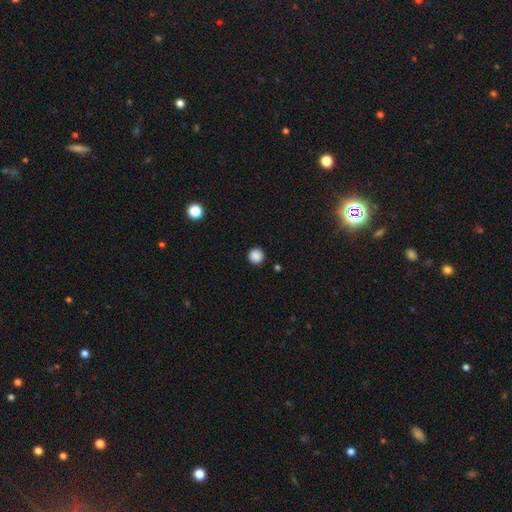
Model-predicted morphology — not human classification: smooth 87%, star or artifact 10%, featured or disk 3%. Down the decision tree: how rounded — round (95%); merging — none (92%).